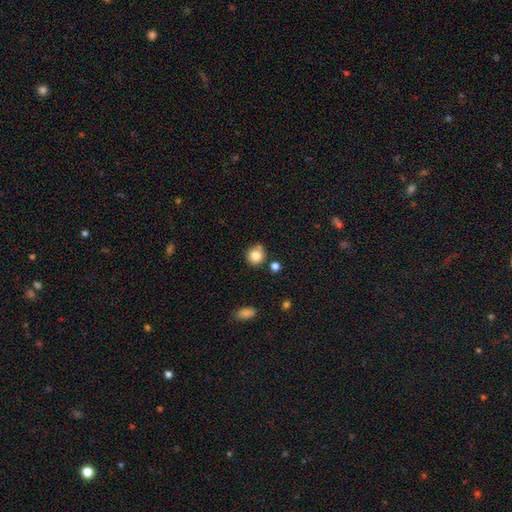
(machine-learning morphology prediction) smooth 83%, star or artifact 10%, featured or disk 7%. Down the decision tree: how rounded — round (87%); merging — none (75%).